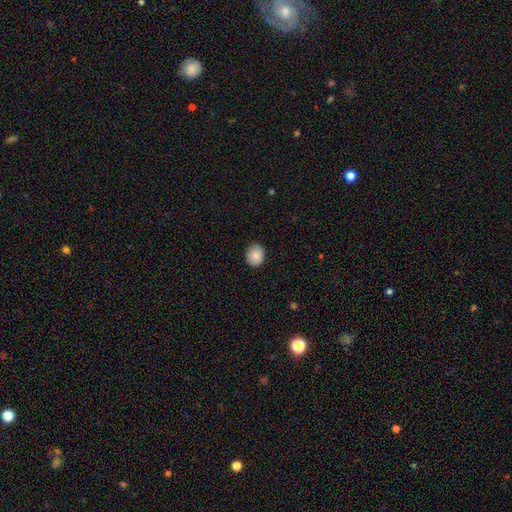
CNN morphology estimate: smooth-or-featured: smooth: 87% | star or artifact: 8% | featured or disk: 5%
  how-rounded: round: 60% | in between: 40% | cigar-shaped: 1%
  merging: none: 86% | minor disturbance: 11% | major disturbance: 2% | merger: 1%